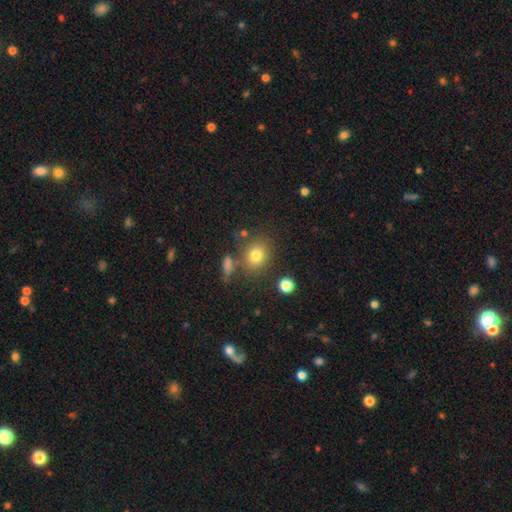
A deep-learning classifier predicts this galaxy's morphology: type=smooth (77%); roundness=round (61%); merging=none (73%).